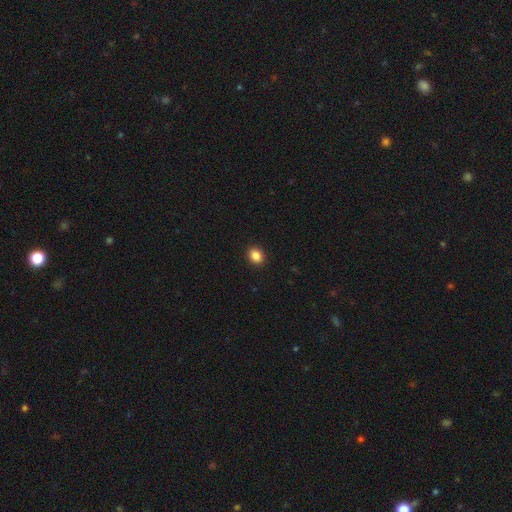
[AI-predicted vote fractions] Q: Smooth or featured?
A: smooth (87%); runner-up: star or artifact (9%)
Q: How rounded?
A: in between (51%); runner-up: round (48%)
Q: Merging?
A: none (92%); runner-up: minor disturbance (6%)